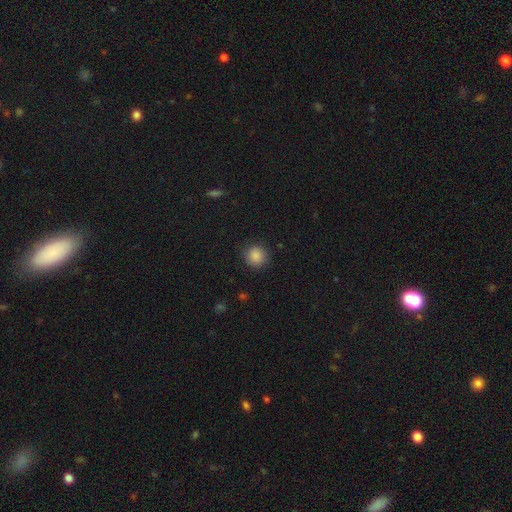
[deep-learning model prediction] This is clearly a smooth galaxy (87%). How rounded: clearly round (92%). Merging: clearly none (87%).